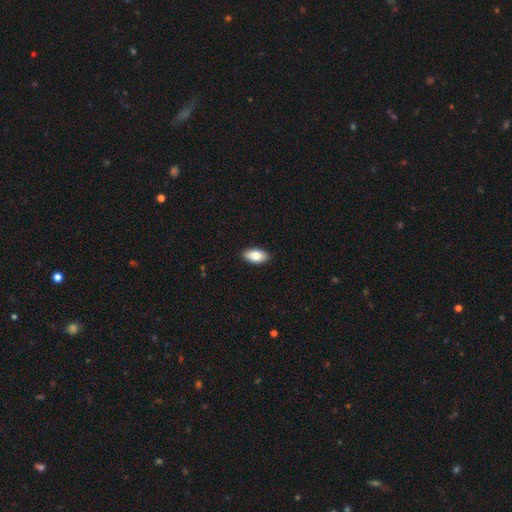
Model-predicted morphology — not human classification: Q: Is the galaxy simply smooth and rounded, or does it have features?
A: smooth — 82%.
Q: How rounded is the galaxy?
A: in between — 92%.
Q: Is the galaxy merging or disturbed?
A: none — 90%.